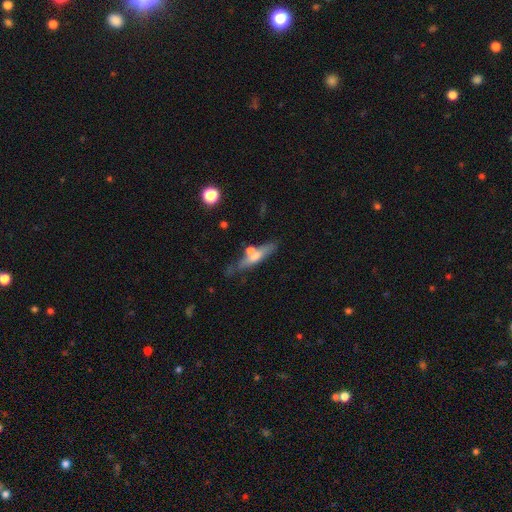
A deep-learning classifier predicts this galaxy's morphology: smooth-or-featured: smooth: 52% | featured or disk: 40% | star or artifact: 8%
  how-rounded: cigar-shaped: 75% | in between: 22% | round: 3%
  merging: none: 59% | minor disturbance: 20% | merger: 15% | major disturbance: 7%